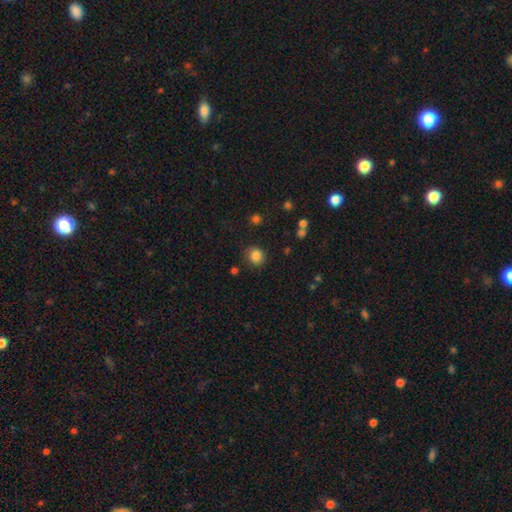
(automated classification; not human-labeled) smooth_or_featured: smooth (p=0.85) [alt: star or artifact p=0.11]
how_rounded: round (p=0.79) [alt: in between p=0.20]
merging: none (p=0.83) [alt: minor disturbance p=0.11]